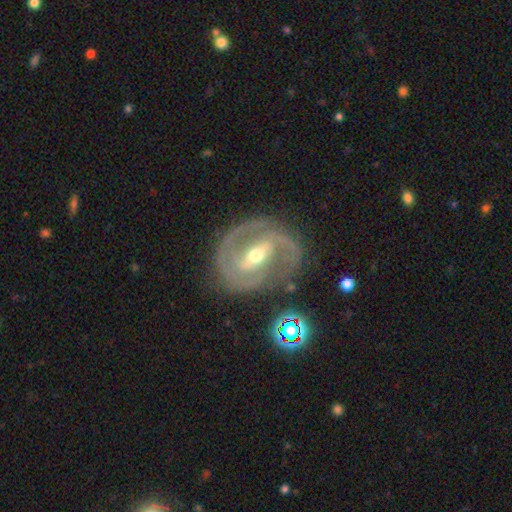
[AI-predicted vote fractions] A featured or disk galaxy (89%) with a strong bar (51%), 2 (82%) medium (48%) spiral arms (95%) and a moderate central bulge (54%).

Vote fractions:
- Smooth or featured? featured or disk: 89% / smooth: 6% / star or artifact: 5%
- Edge-on disk? no: 97% / yes: 3%
- Bar? strong: 51% / weak: 35% / no: 13%
- Spiral arms? yes: 95% / no: 5%
- Spiral winding? medium: 48% / tight: 41% / loose: 11%
- Spiral arm count? 2: 82% / can't tell: 6% / 3: 6% / 1: 3% / 4: 2% / more than 4: 2%
- Bulge size? moderate: 54% / small: 41% / large: 2% / none: 1% / dominant: 1%
- Merging? none: 75% / minor disturbance: 15% / major disturbance: 7% / merger: 3%